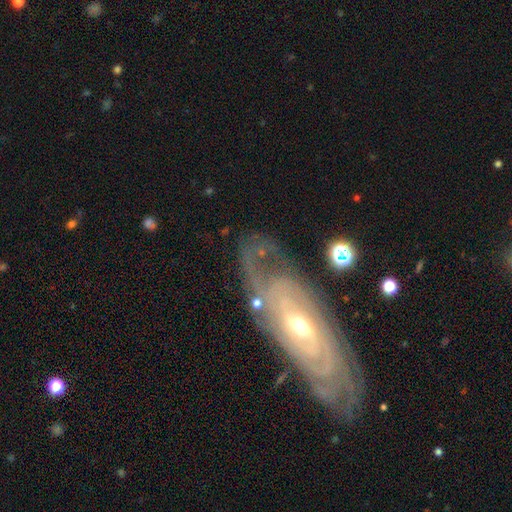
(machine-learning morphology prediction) This is clearly a featured or disk galaxy (83%). It is clearly not viewed edge-on (90%). Bar: possibly no (53%). Spiral arm pattern: clearly yes (91%). Spiral arm count: marginally can't tell (36%). Spiral winding: likely tight (67%). Central bulge: possibly moderate (53%). Merging: likely none (67%).